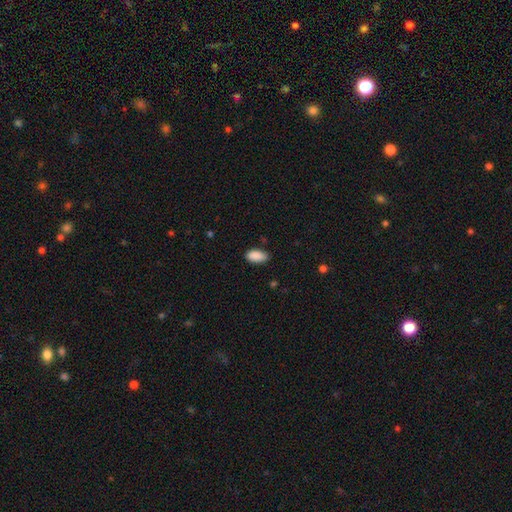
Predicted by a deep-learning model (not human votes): smooth_or_featured: smooth (p=0.90) [alt: star or artifact p=0.07]
how_rounded: in between (p=0.93) [alt: cigar-shaped p=0.04]
merging: none (p=0.82) [alt: minor disturbance p=0.15]